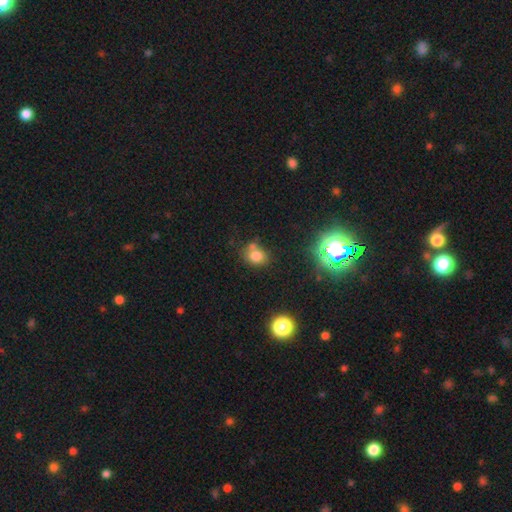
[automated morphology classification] Smooth or featured? smooth (73%)
How rounded? round (52%)
Merging? none (55%)